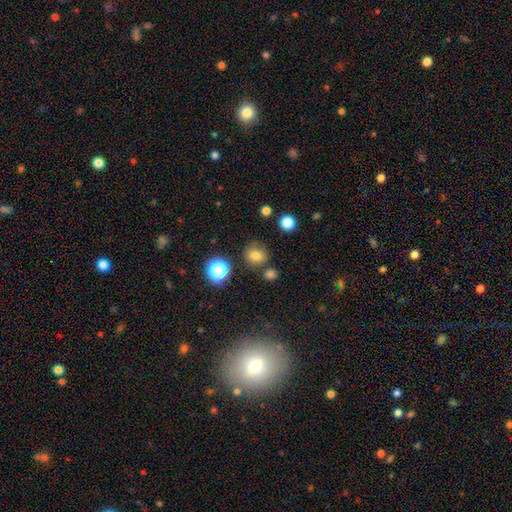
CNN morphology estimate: This appears to be a smooth galaxy with no disk features (75%) that is round (79%). Merging: none (73%).